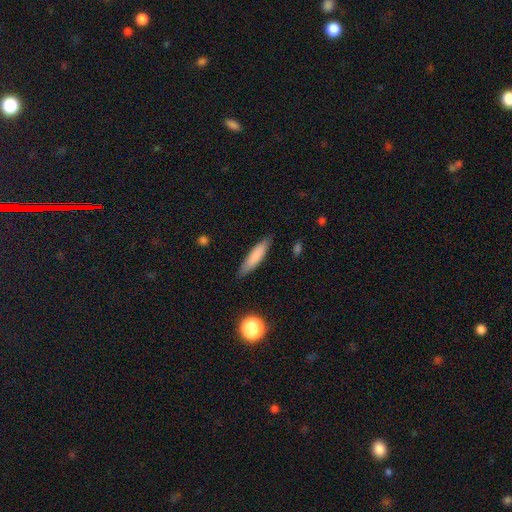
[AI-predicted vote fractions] Smooth or featured? Predicted: smooth (p=0.81). How rounded? Predicted: cigar-shaped (p=0.77). Merging? Predicted: none (p=0.86).